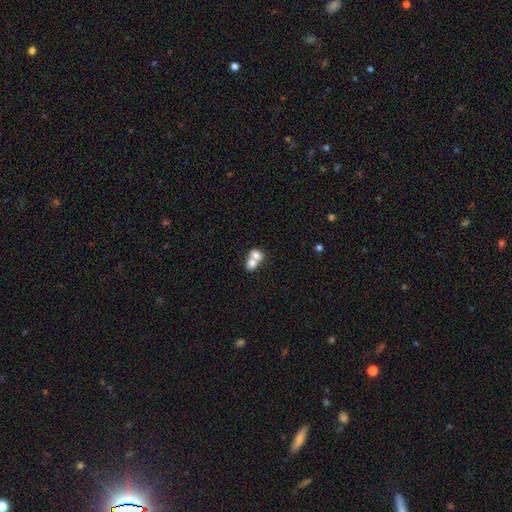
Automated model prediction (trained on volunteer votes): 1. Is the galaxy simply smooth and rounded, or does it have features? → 72% smooth, 19% featured or disk, 9% star or artifact.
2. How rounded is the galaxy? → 57% in between, 42% round, 1% cigar-shaped.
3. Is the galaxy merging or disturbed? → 75% merger, 17% none, 5% minor disturbance, 3% major disturbance.